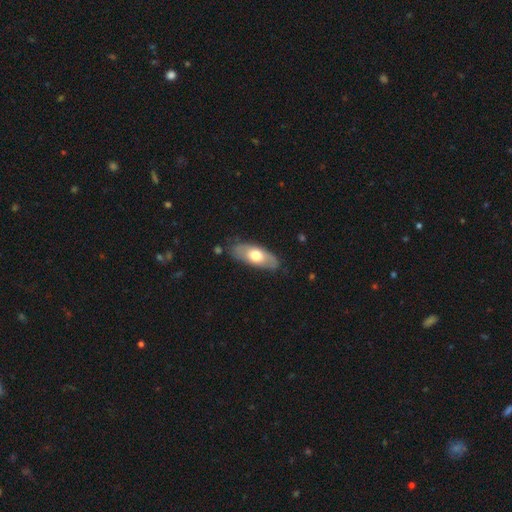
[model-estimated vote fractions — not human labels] This is possibly a smooth galaxy (58%). How rounded: likely in between (79%). Merging: likely none (79%).